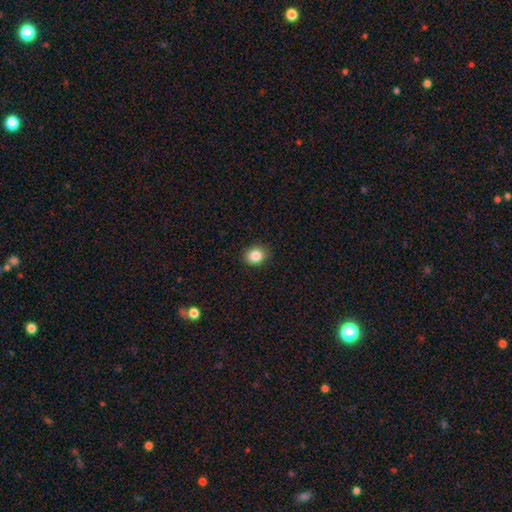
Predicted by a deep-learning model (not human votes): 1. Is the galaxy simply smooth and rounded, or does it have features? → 86% smooth, 10% star or artifact, 4% featured or disk.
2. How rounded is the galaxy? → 63% round, 36% in between, 1% cigar-shaped.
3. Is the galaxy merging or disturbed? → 89% none, 8% minor disturbance, 2% major disturbance, 1% merger.